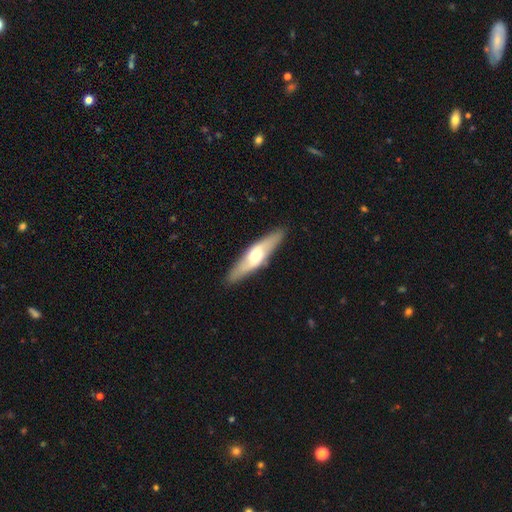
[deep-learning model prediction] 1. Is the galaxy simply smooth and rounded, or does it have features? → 54% featured or disk, 42% smooth, 5% star or artifact.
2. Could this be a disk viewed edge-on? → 65% yes, 35% no.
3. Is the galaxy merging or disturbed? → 88% none, 9% minor disturbance, 2% major disturbance, 1% merger.